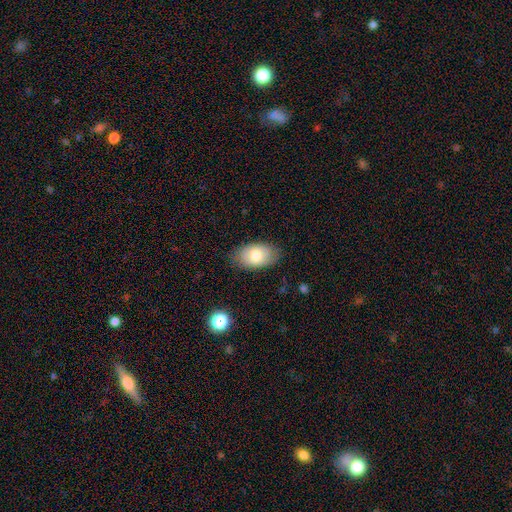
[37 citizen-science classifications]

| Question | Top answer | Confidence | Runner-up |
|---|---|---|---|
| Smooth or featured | smooth | 89% | featured or disk (8%) |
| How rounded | in between | 97% | round (3%) |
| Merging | none | 92% | minor disturbance (8%) |